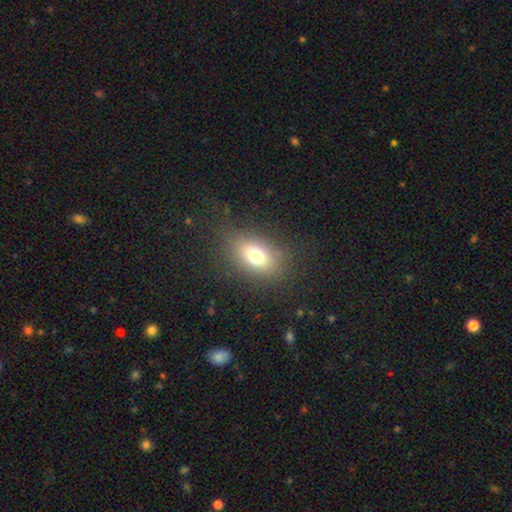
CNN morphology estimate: smooth_or_featured: smooth (p=0.73) [alt: featured or disk p=0.14]
how_rounded: in between (p=0.77) [alt: round p=0.20]
merging: none (p=0.81) [alt: minor disturbance p=0.12]